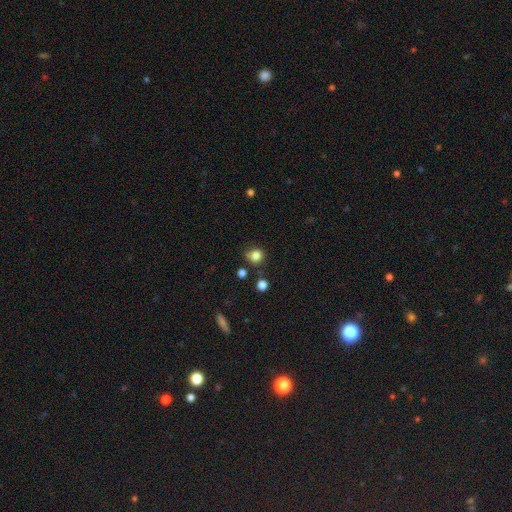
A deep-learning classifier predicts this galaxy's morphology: smooth 80%, star or artifact 13%, featured or disk 7%. Down the decision tree: how rounded — round (80%); merging — none (65%).